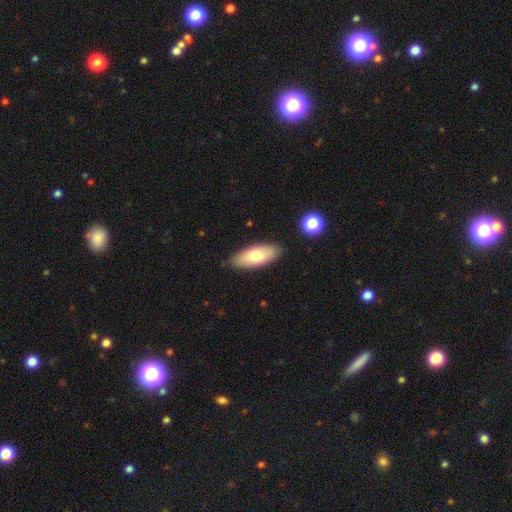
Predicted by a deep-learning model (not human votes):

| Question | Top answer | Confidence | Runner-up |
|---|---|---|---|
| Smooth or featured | smooth | 75% | featured or disk (19%) |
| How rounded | in between | 81% | cigar-shaped (17%) |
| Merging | none | 85% | minor disturbance (11%) |